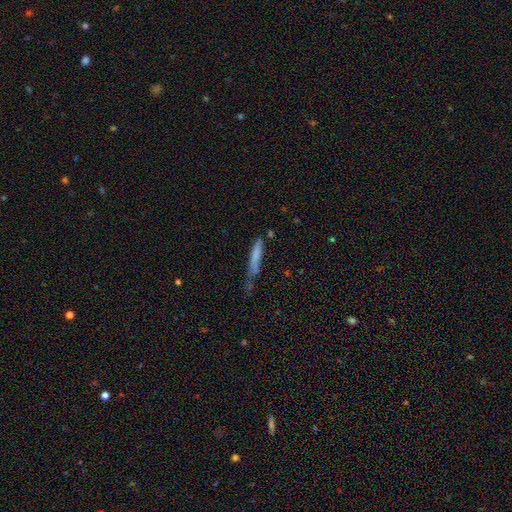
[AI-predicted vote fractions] smooth_or_featured: smooth (p=0.69) [alt: featured or disk p=0.23]
how_rounded: cigar-shaped (p=0.91) [alt: in between p=0.08]
merging: none (p=0.43) [alt: minor disturbance p=0.33]